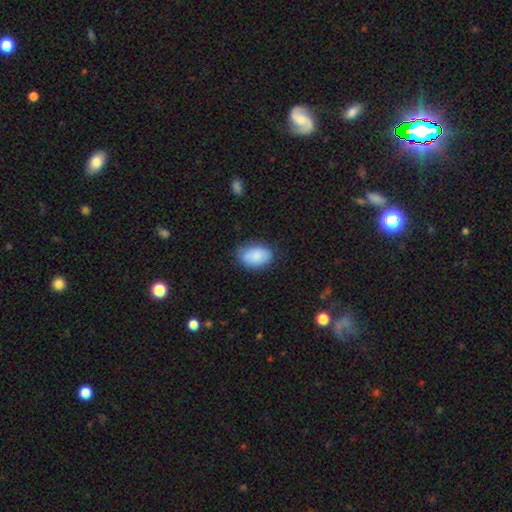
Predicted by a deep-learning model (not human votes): smooth_or_featured: smooth (p=0.85) [alt: featured or disk p=0.09]
how_rounded: in between (p=0.87) [alt: round p=0.12]
merging: none (p=0.75) [alt: minor disturbance p=0.19]